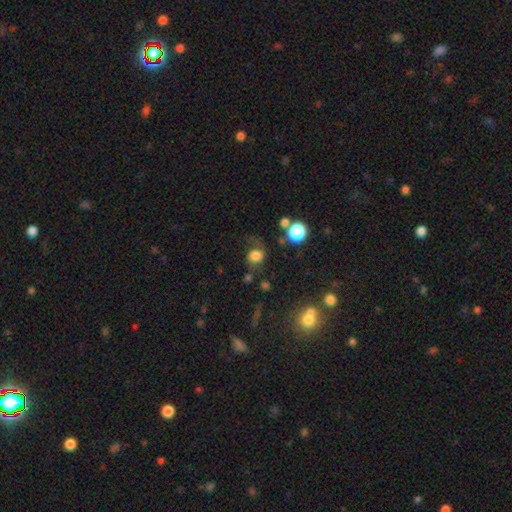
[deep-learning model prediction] Q: Smooth or featured?
A: smooth (75%); runner-up: star or artifact (13%)
Q: How rounded?
A: round (74%); runner-up: in between (25%)
Q: Merging?
A: none (50%); runner-up: major disturbance (23%)